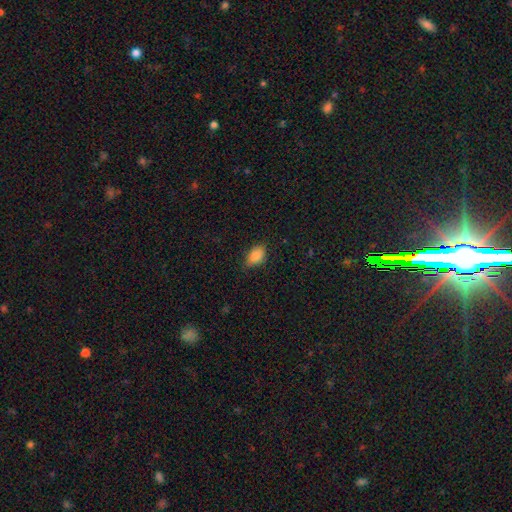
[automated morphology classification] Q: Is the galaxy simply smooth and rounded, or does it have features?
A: smooth — 85%.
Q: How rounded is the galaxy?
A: in between — 86%.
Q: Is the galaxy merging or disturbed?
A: none — 70%.